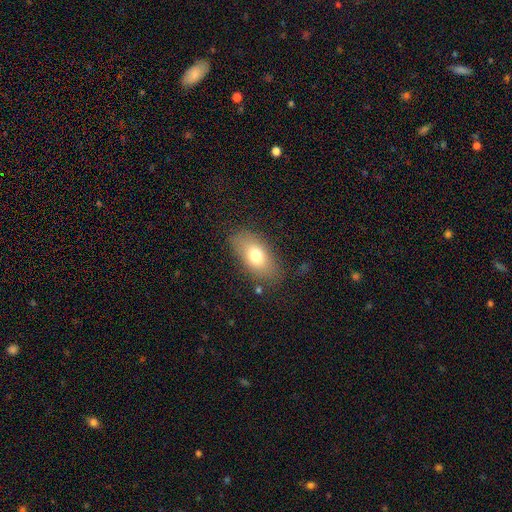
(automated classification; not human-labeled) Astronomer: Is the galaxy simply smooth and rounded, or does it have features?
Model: smooth — 73%.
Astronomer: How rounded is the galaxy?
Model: in between — 89%.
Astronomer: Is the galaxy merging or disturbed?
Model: none — 80%.